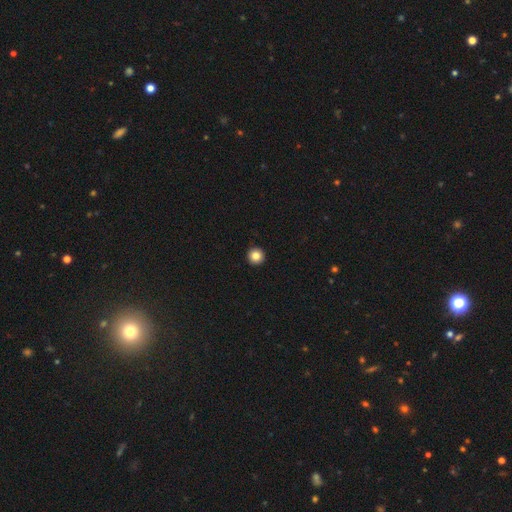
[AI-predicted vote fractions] This is clearly a smooth galaxy (85%). How rounded: clearly round (97%). Merging: clearly none (94%).